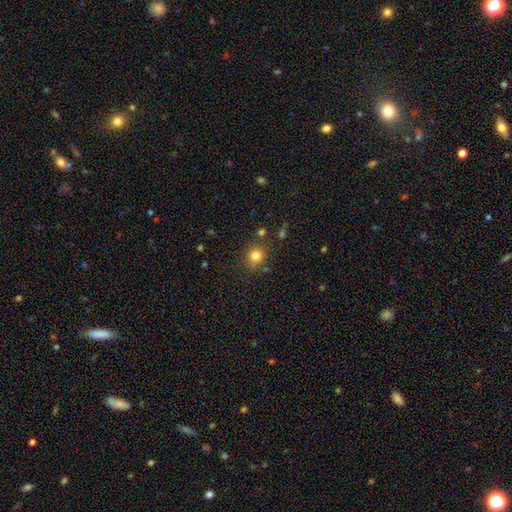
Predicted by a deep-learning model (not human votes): smooth_or_featured: smooth (p=0.80) [alt: star or artifact p=0.13]
how_rounded: round (p=0.79) [alt: in between p=0.20]
merging: none (p=0.81) [alt: minor disturbance p=0.11]